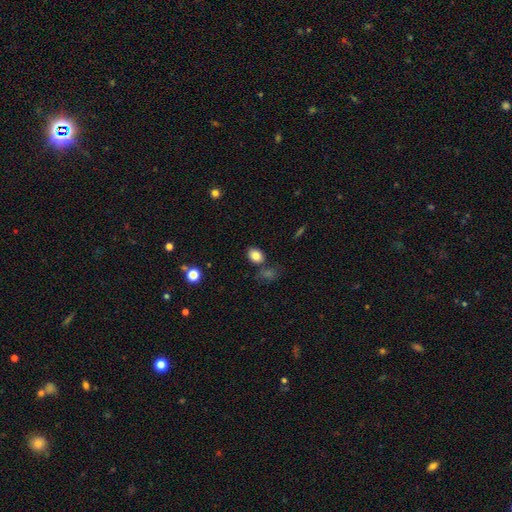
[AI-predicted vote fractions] Smooth or featured? Predicted: smooth (p=0.84). How rounded? Predicted: in between (p=0.72). Merging? Predicted: none (p=0.74).